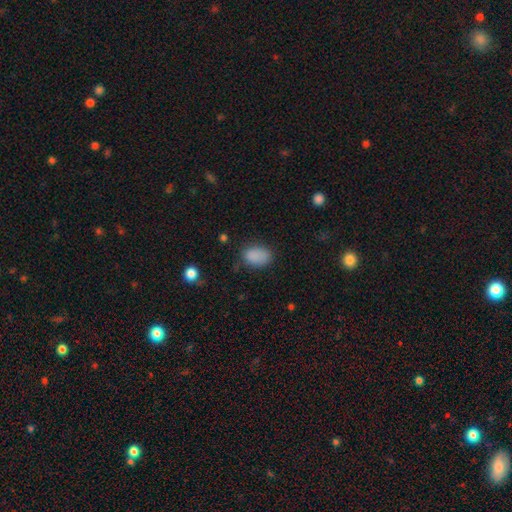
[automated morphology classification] Smooth or featured? smooth (86%)
How rounded? in between (84%)
Merging? none (72%)